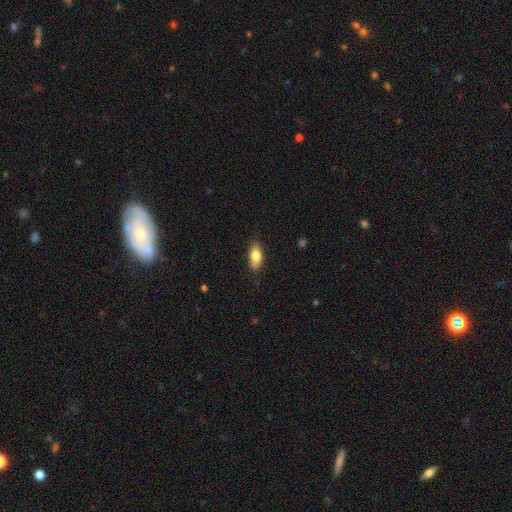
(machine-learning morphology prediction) Smooth or featured? Predicted: smooth (p=0.78). How rounded? Predicted: in between (p=0.81). Merging? Predicted: none (p=0.80).